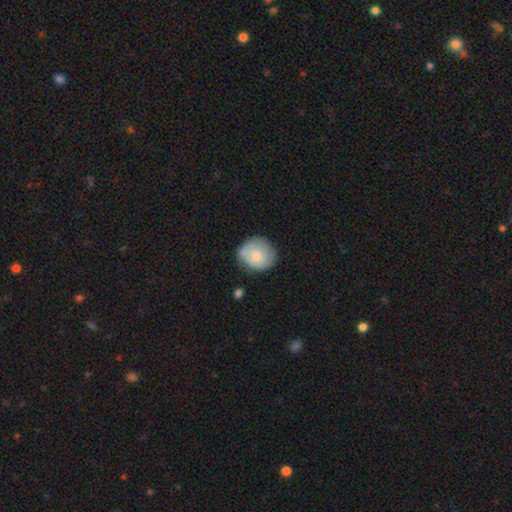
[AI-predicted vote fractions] This appears to be a smooth galaxy with no disk features (51%) that is round (74%). Merging: none (67%).